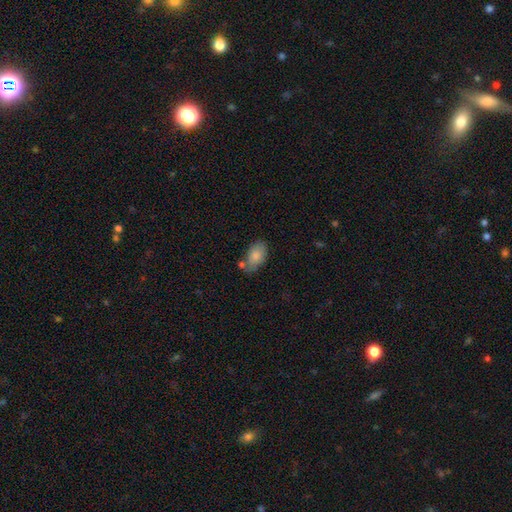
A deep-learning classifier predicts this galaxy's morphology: smooth-or-featured: smooth: 83% | featured or disk: 11% | star or artifact: 7%
  how-rounded: in between: 92% | round: 6% | cigar-shaped: 2%
  merging: none: 59% | minor disturbance: 22% | merger: 14% | major disturbance: 5%